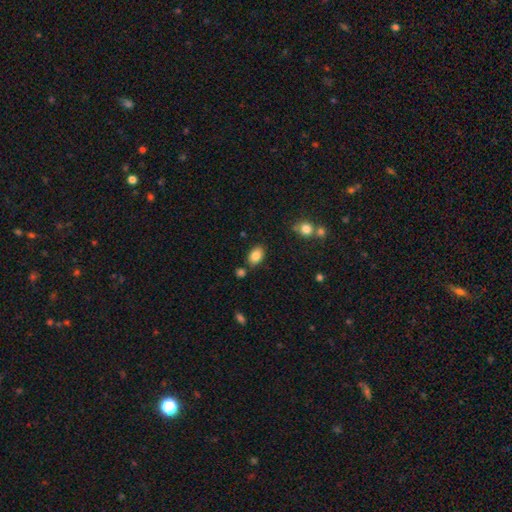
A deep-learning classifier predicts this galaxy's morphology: The model was most divided on "merging": none: 80%, minor disturbance: 12%, merger: 6%, major disturbance: 3%. More confident: how rounded — in between (85%); smooth or featured — smooth (84%).